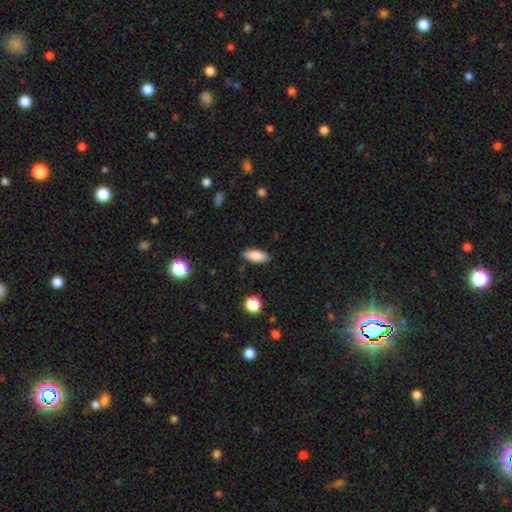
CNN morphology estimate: smooth-or-featured: smooth: 86% | star or artifact: 7% | featured or disk: 6%
  how-rounded: in between: 84% | cigar-shaped: 14% | round: 2%
  merging: none: 87% | minor disturbance: 10% | major disturbance: 2% | merger: 1%